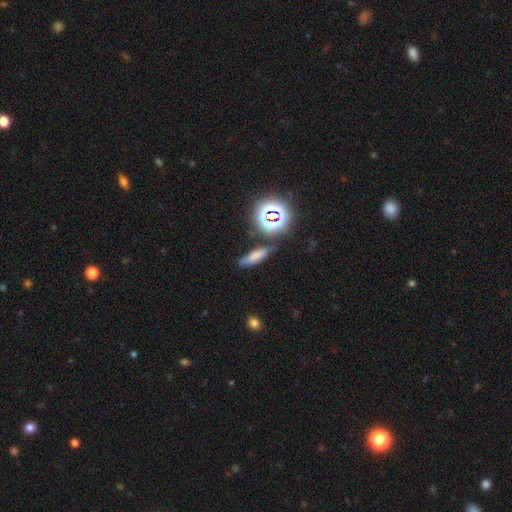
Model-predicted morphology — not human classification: A smooth galaxy with no disk features (67%) that is cigar-shaped (50%).

Vote fractions:
- Smooth or featured? smooth: 67% / star or artifact: 21% / featured or disk: 12%
- How rounded? cigar-shaped: 50% / in between: 38% / round: 13%
- Merging? none: 72% / minor disturbance: 15% / merger: 8% / major disturbance: 5%